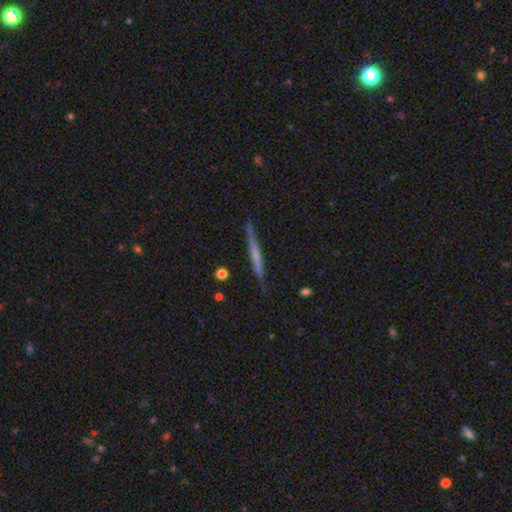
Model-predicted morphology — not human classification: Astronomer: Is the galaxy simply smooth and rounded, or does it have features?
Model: featured or disk — 50% (runner-up: smooth, 44%).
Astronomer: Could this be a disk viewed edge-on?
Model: yes — 96%.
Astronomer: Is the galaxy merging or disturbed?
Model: none — 85%.